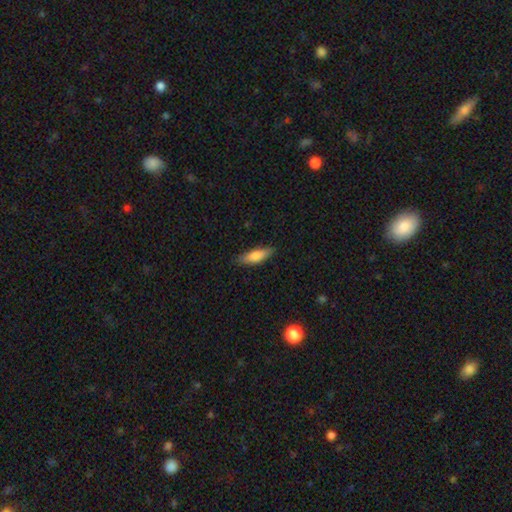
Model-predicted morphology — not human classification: Smooth or featured: smooth — 78% (featured or disk — 16%)
How rounded: cigar-shaped — 51% (in between — 47%)
Merging: none — 85% (minor disturbance — 12%)